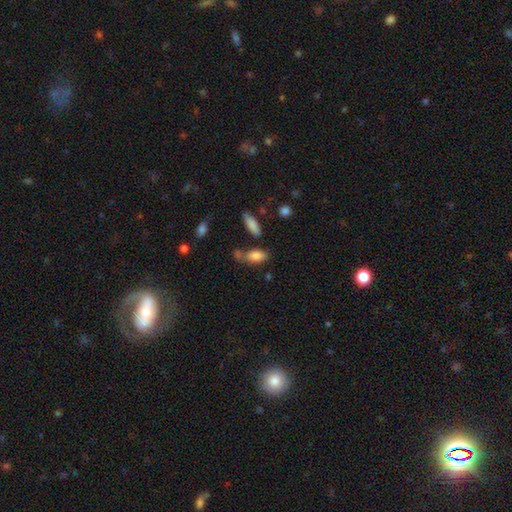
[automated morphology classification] Smooth or featured? smooth (83%)
How rounded? in between (88%)
Merging? none (54%)